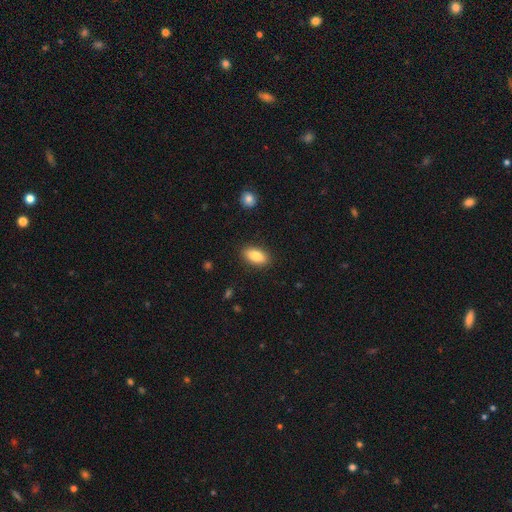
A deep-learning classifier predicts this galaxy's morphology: type=smooth (85%); roundness=in between (90%); merging=none (88%).